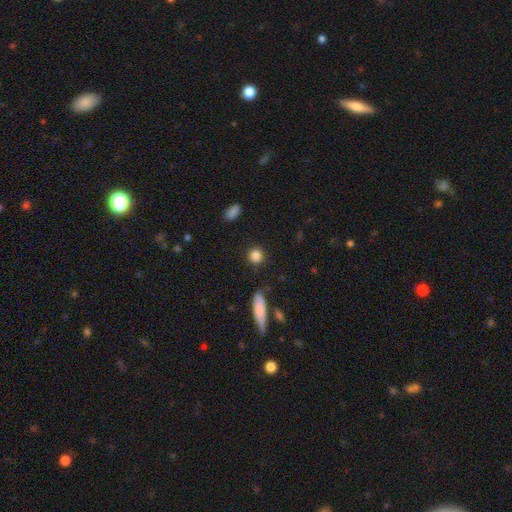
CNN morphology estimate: A smooth galaxy with no disk features (85%) that is round (88%).

Vote fractions:
- Smooth or featured? smooth: 85% / star or artifact: 9% / featured or disk: 6%
- How rounded? round: 88% / in between: 9% / cigar-shaped: 2%
- Merging? none: 88% / minor disturbance: 7% / major disturbance: 3% / merger: 2%